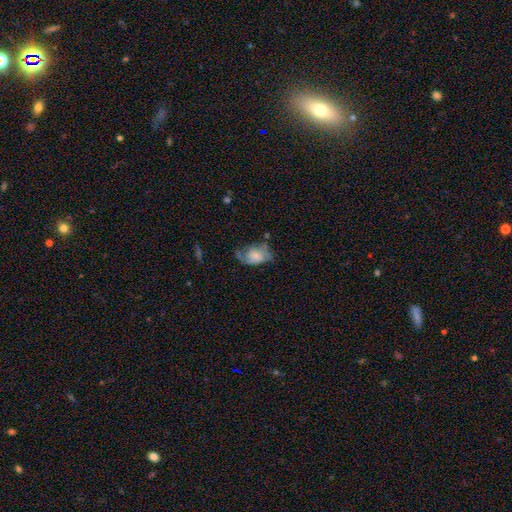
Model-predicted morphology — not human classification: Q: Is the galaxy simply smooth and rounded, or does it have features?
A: featured or disk — 55%.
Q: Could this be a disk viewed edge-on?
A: no — 96%.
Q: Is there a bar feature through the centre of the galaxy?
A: no — 69%.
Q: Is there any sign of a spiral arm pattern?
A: yes — 84%.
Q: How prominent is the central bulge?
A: small — 37%.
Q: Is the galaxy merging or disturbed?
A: none — 44%.